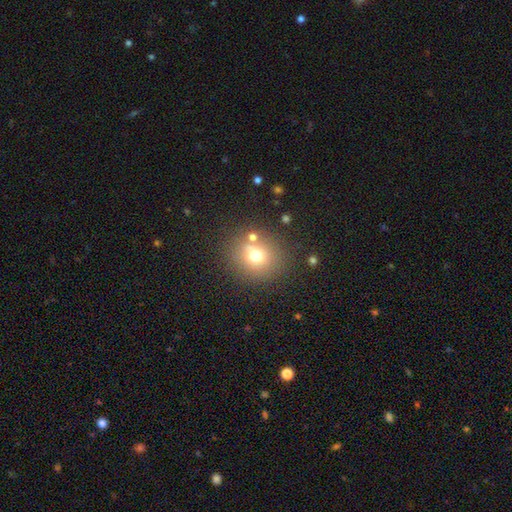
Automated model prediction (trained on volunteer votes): Smooth or featured?
  - smooth: 69% *
  - star or artifact: 16%
  - featured or disk: 15%
How rounded?
  - round: 82% *
  - in between: 17%
  - cigar-shaped: 1%
Merging?
  - none: 73% *
  - minor disturbance: 11%
  - merger: 11%
  - major disturbance: 5%